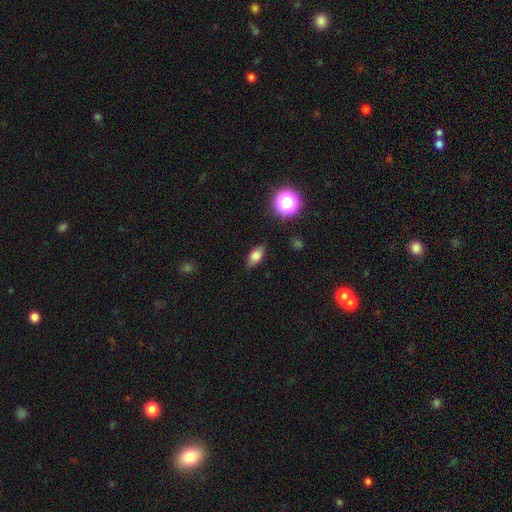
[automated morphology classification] A smooth galaxy with no disk features (75%) that is in between round and cigar-shaped (81%). Merging: none (83%).